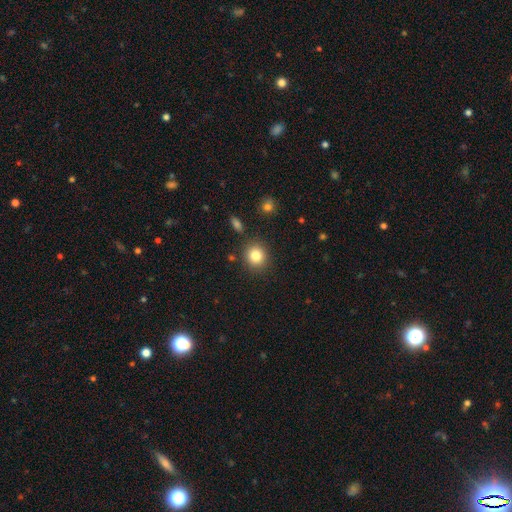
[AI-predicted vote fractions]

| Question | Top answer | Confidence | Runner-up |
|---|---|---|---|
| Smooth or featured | smooth | 83% | star or artifact (10%) |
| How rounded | round | 86% | in between (13%) |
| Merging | none | 86% | minor disturbance (8%) |